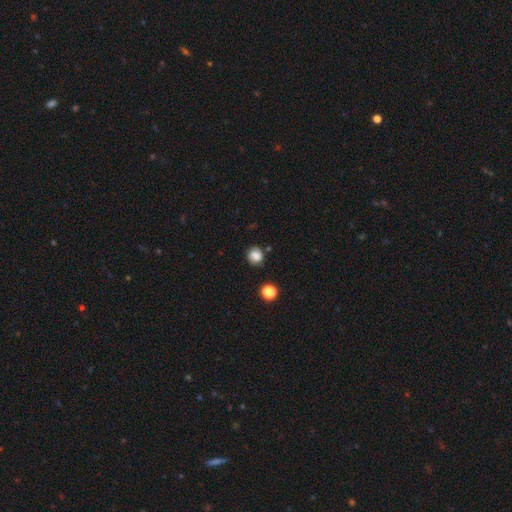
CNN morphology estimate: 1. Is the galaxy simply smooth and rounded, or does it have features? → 83% smooth, 12% star or artifact, 5% featured or disk.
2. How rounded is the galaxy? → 86% round, 13% in between, 1% cigar-shaped.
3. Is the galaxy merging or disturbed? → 81% none, 12% minor disturbance, 4% merger, 3% major disturbance.